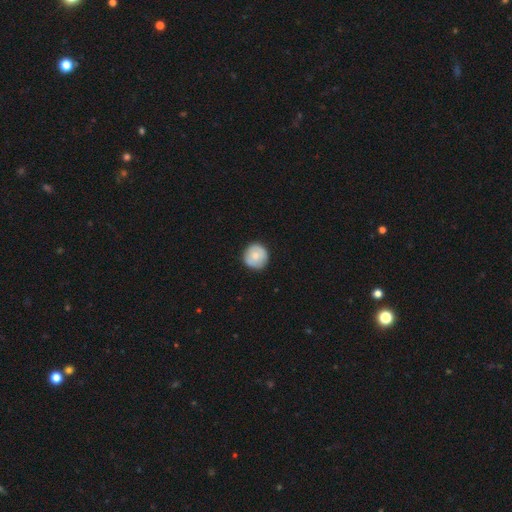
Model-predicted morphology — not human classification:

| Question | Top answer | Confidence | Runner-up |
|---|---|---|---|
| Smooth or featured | smooth | 74% | featured or disk (19%) |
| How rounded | round | 95% | in between (4%) |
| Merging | none | 88% | minor disturbance (9%) |